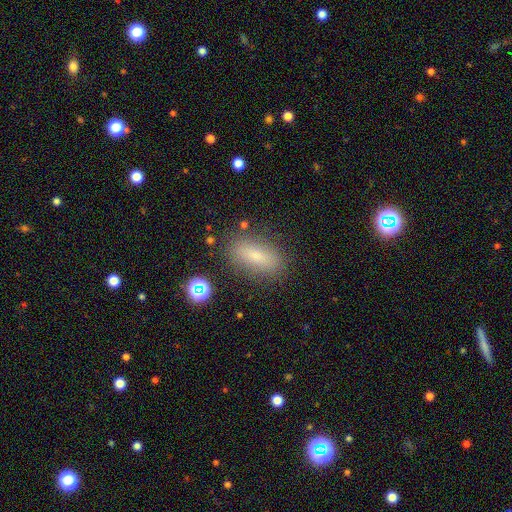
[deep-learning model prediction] Overall: smooth (76%). How rounded: in between (73%). Merging: none (83%).